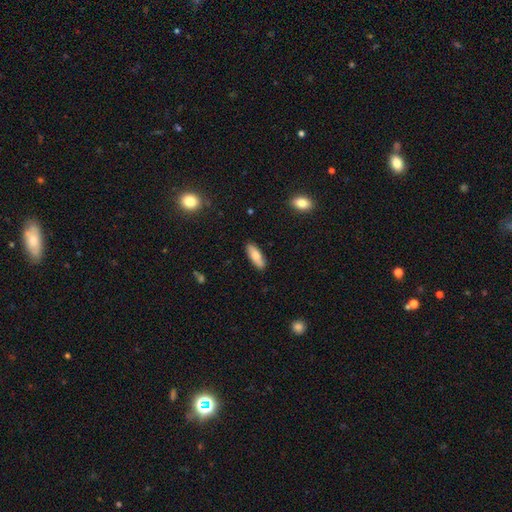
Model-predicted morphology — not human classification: smooth 80%, featured or disk 14%, star or artifact 6%. Down the decision tree: how rounded — in between (62%); merging — none (88%).